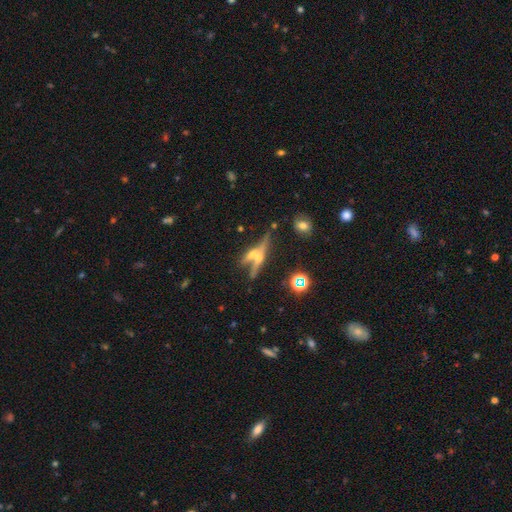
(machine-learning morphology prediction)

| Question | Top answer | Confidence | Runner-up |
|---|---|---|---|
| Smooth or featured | featured or disk | 60% | smooth (27%) |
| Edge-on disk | yes | 85% | no (15%) |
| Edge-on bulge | rounded | 76% | none (17%) |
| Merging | none | 47% | merger (37%) |